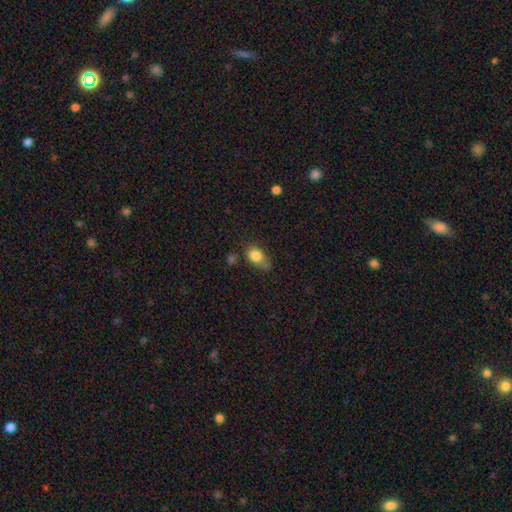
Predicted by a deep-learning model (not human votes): A smooth galaxy with no disk features (82%) that is in between round and cigar-shaped (62%). Merging: none (45%).